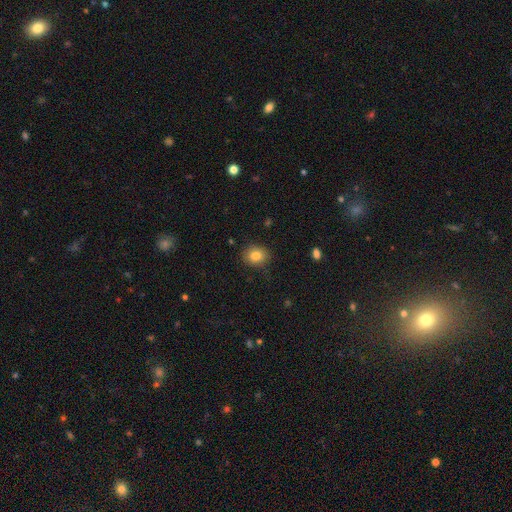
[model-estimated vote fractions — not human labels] Morphology: type=smooth (82%); roundness=round (63%); merging=none (86%).